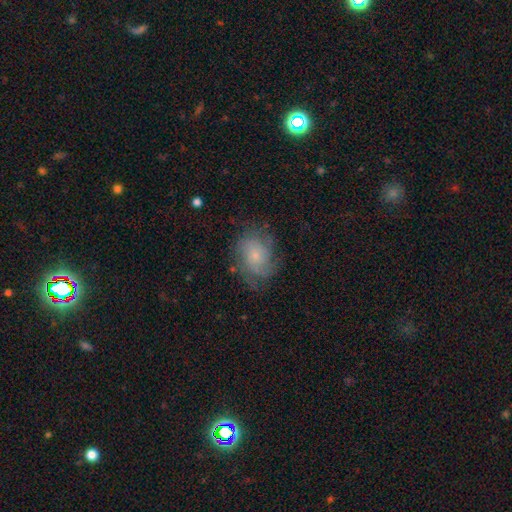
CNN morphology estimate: Q: Smooth or featured?
A: featured or disk (51%); runner-up: smooth (39%)
Q: Edge-on disk?
A: no (97%); runner-up: yes (3%)
Q: Merging?
A: none (62%); runner-up: minor disturbance (23%)